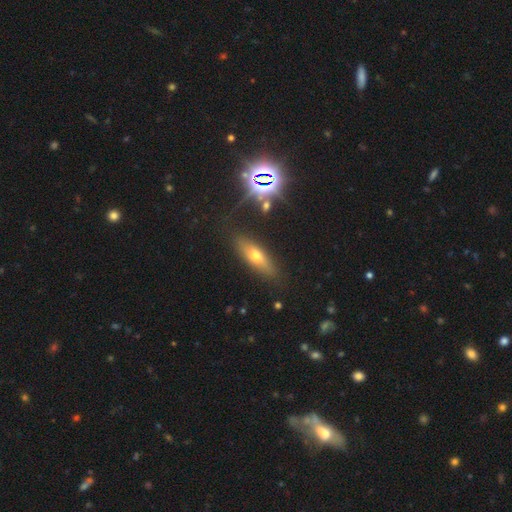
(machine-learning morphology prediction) Smooth or featured? smooth (50%)
Merging? none (84%)